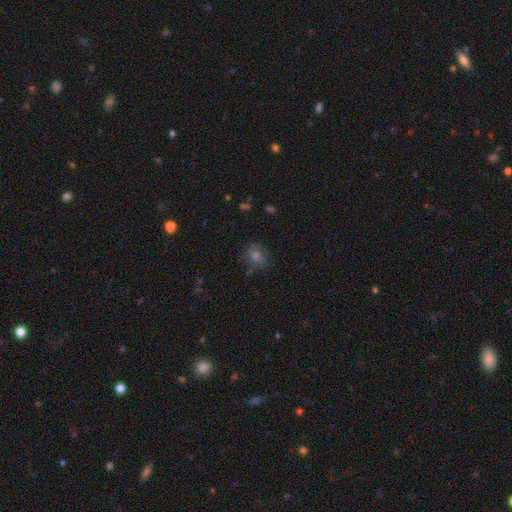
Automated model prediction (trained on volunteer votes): Morphology: type=smooth (60%); roundness=round (74%); merging=none (80%).